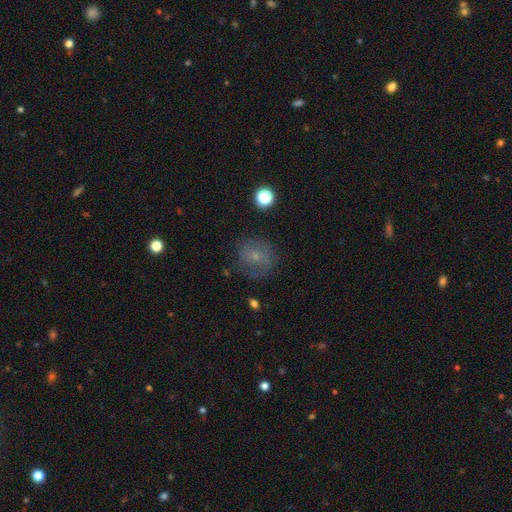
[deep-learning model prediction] This appears to be a smooth galaxy with no disk features (55%) that is round (83%). Merging: none (70%).